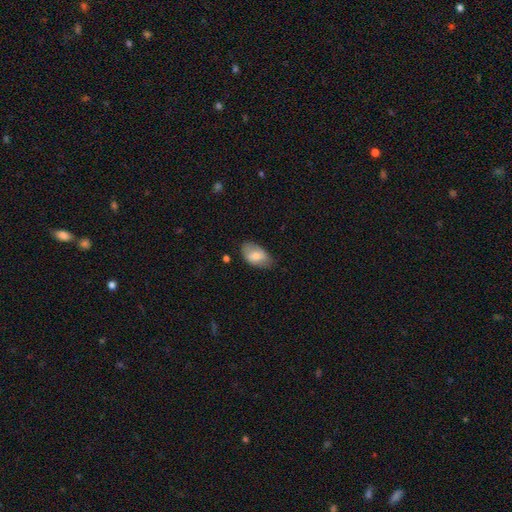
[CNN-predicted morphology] Smooth or featured: smooth — 72% (featured or disk — 21%)
How rounded: in between — 92% (round — 7%)
Merging: none — 65% (minor disturbance — 27%)